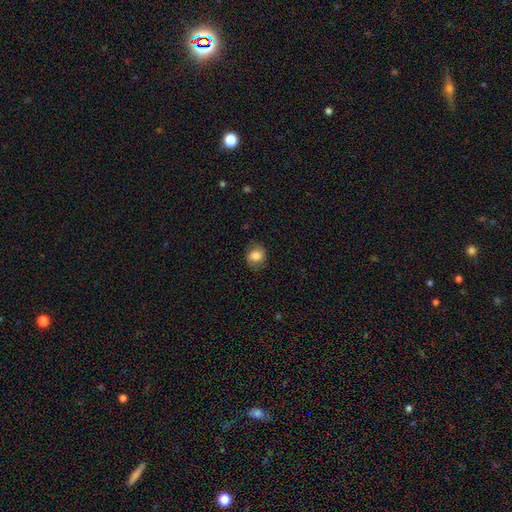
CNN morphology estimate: The model was most divided on "how rounded": round: 65%, in between: 34%, cigar-shaped: 1%. More confident: smooth or featured — smooth (79%); merging — none (78%).